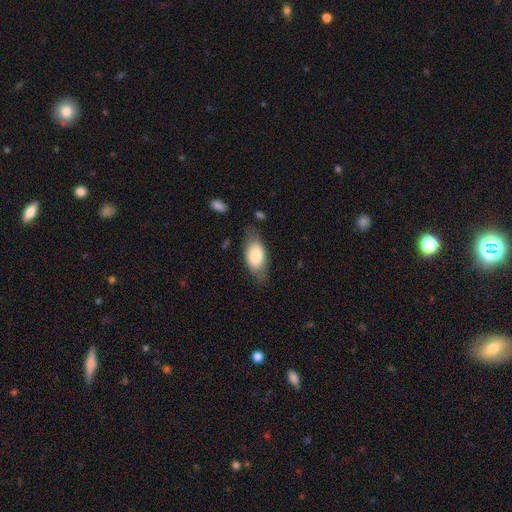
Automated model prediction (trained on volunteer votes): Smooth or featured?
  - smooth: 77% *
  - featured or disk: 17%
  - star or artifact: 6%
How rounded?
  - in between: 89% *
  - cigar-shaped: 7%
  - round: 4%
Merging?
  - none: 70% *
  - minor disturbance: 20%
  - major disturbance: 8%
  - merger: 2%